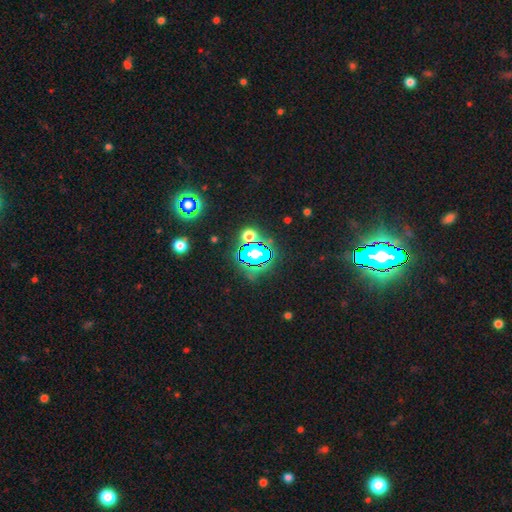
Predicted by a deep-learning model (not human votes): A star or artifact, not a galaxy (65%).